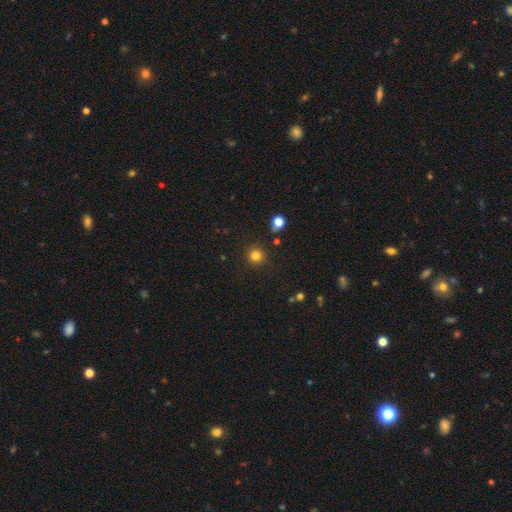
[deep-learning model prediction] Smooth or featured: smooth — 81% (star or artifact — 14%)
How rounded: round — 94% (in between — 5%)
Merging: none — 89% (minor disturbance — 7%)